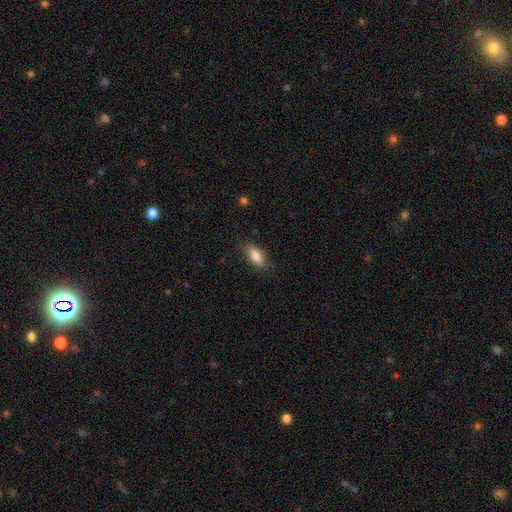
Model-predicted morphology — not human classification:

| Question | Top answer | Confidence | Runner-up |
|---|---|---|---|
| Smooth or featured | smooth | 83% | featured or disk (10%) |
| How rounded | in between | 86% | cigar-shaped (10%) |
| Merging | none | 82% | minor disturbance (14%) |